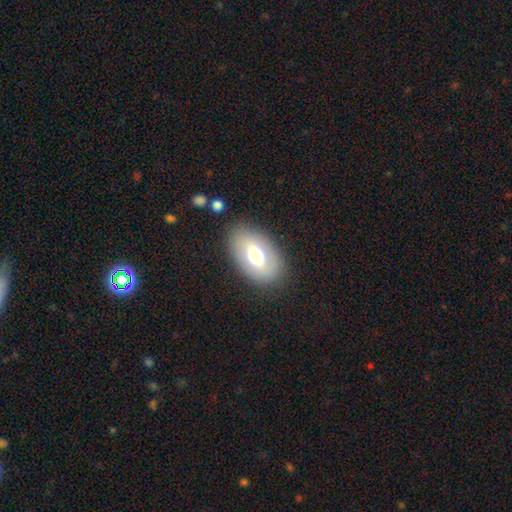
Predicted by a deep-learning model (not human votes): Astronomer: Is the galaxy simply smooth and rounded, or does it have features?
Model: smooth — 59%.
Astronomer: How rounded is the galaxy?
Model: in between — 90%.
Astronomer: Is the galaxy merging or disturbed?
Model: none — 83%.